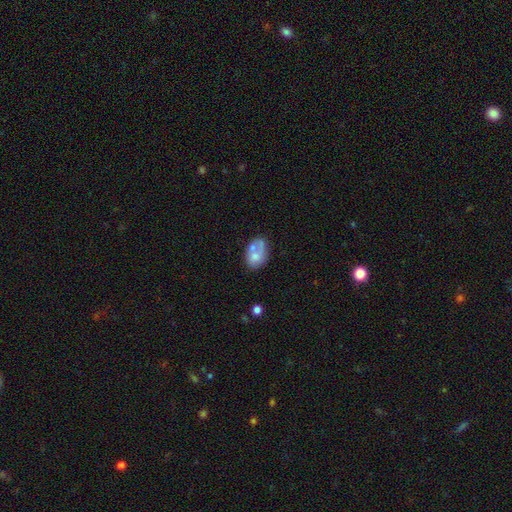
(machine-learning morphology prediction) Overall: smooth (56%; featured or disk 35%). How rounded: in between (79%). Merging: none (33%; merger 31%).